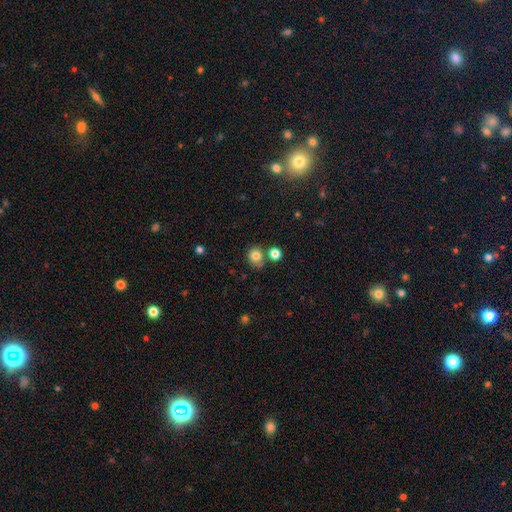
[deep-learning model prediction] smooth_or_featured: smooth (p=0.80) [alt: star or artifact p=0.12]
how_rounded: round (p=0.80) [alt: in between p=0.19]
merging: none (p=0.65) [alt: merger p=0.18]